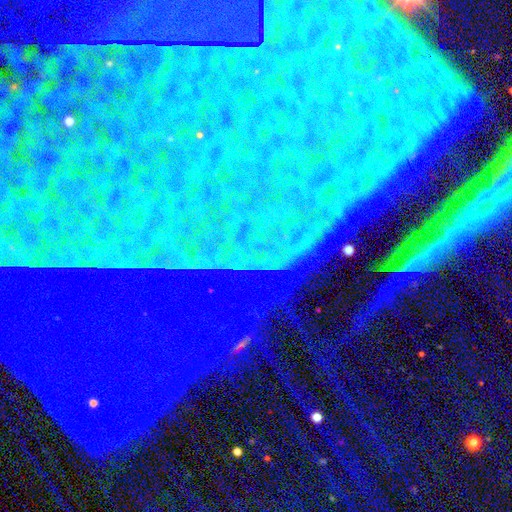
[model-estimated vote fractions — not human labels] Smooth or featured? star or artifact (86%)